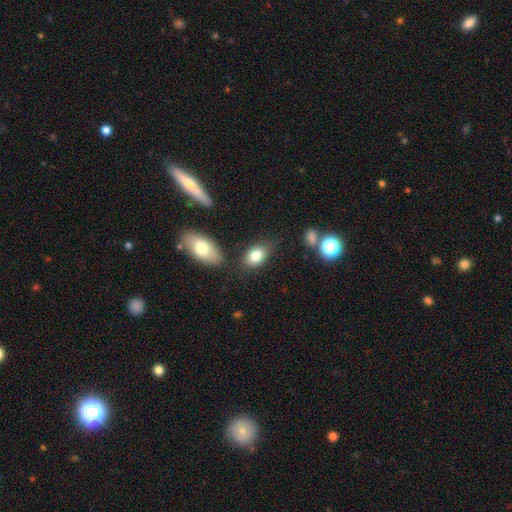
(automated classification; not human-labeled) Smooth or featured?
  - smooth: 81% *
  - featured or disk: 11%
  - star or artifact: 8%
How rounded?
  - in between: 86% *
  - round: 12%
  - cigar-shaped: 2%
Merging?
  - none: 71% *
  - minor disturbance: 17%
  - merger: 8%
  - major disturbance: 5%